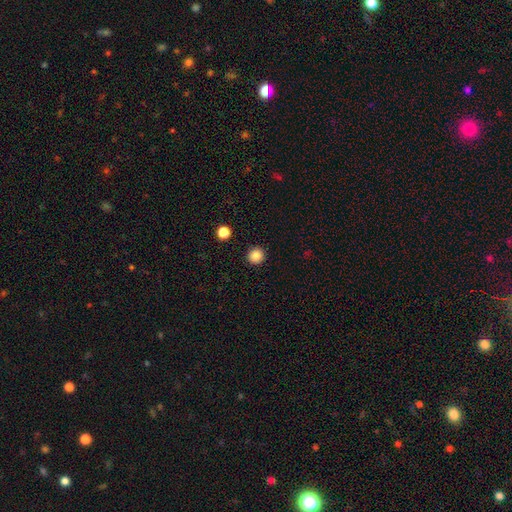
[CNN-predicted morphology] The model was most divided on "smooth or featured": smooth: 87%, star or artifact: 11%, featured or disk: 3%. More confident: how rounded — round (94%); merging — none (93%).